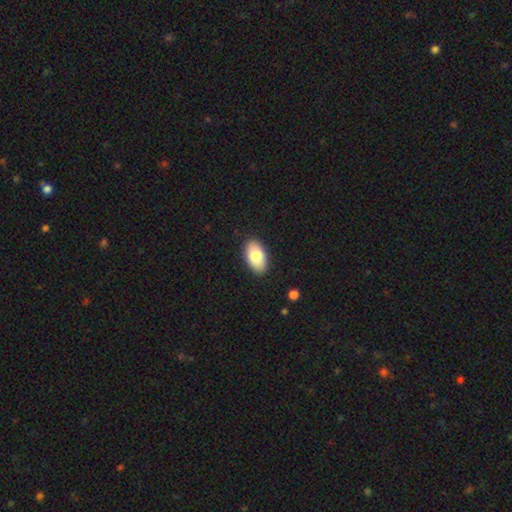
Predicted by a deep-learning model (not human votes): Smooth or featured: smooth — 81% (featured or disk — 12%)
How rounded: in between — 94% (round — 4%)
Merging: none — 88% (minor disturbance — 9%)